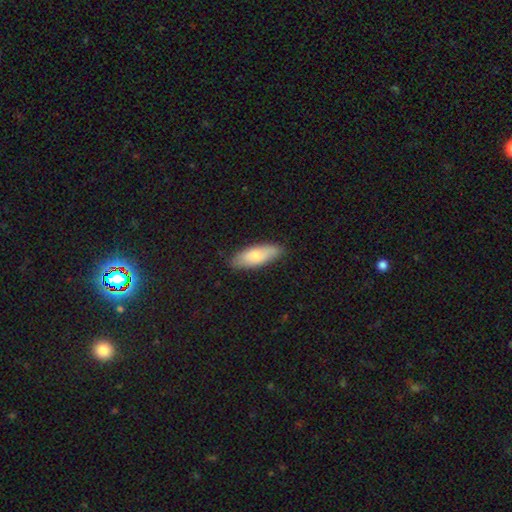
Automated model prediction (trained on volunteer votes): This appears to be a smooth galaxy with no disk features (75%) that is in between round and cigar-shaped (70%). Merging: none (84%).